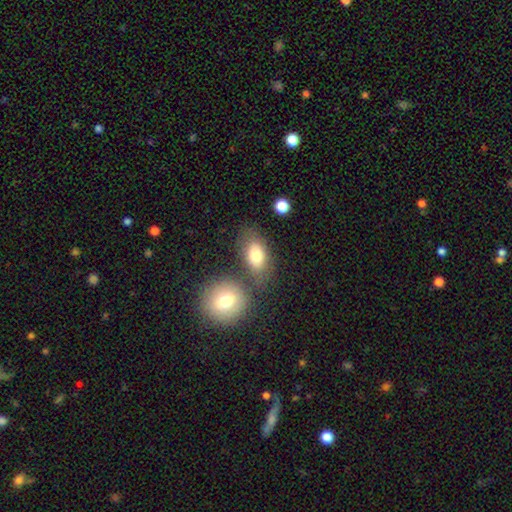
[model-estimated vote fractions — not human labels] smooth_or_featured: smooth (p=0.77) [alt: featured or disk p=0.15]
how_rounded: in between (p=0.86) [alt: round p=0.11]
merging: none (p=0.55) [alt: merger p=0.25]